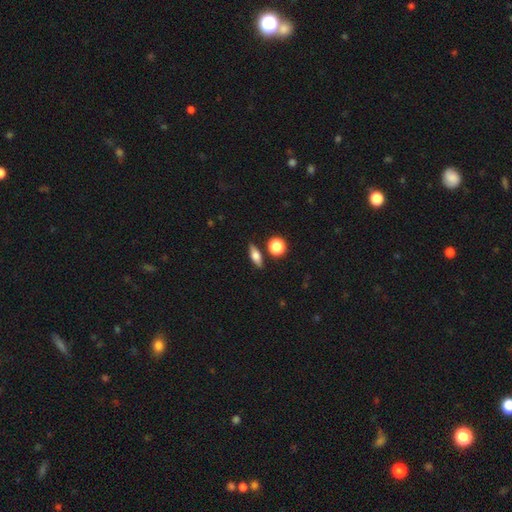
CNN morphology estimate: Smooth or featured?
  - smooth: 63% *
  - featured or disk: 28%
  - star or artifact: 9%
How rounded?
  - in between: 60% *
  - cigar-shaped: 28%
  - round: 12%
Merging?
  - none: 83% *
  - minor disturbance: 10%
  - merger: 5%
  - major disturbance: 3%